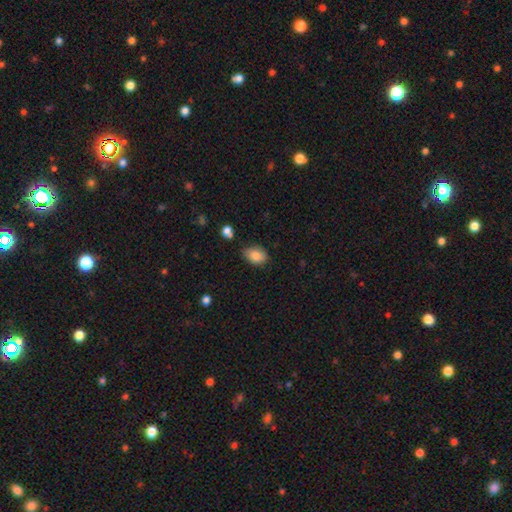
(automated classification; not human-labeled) A smooth galaxy with no disk features (84%) that is in between round and cigar-shaped (77%). Merging: none (72%).